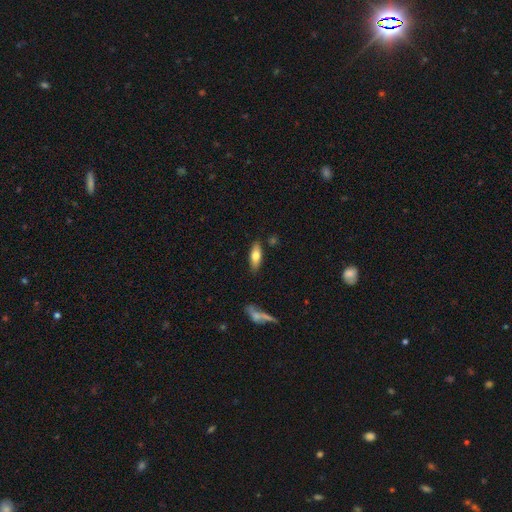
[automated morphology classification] This appears to be a smooth galaxy with no disk features (69%) that is in between round and cigar-shaped (67%). Merging: none (83%).